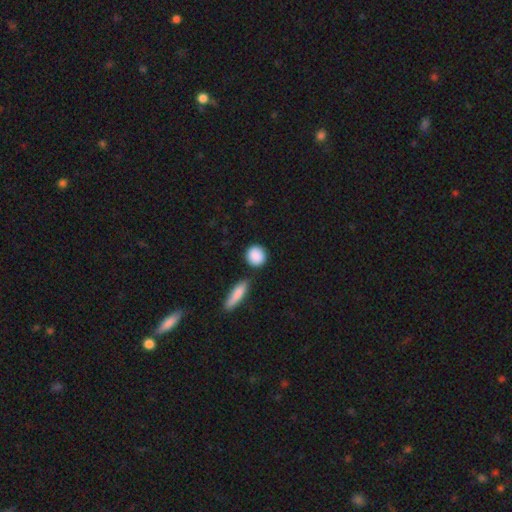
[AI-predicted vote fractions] A smooth galaxy with no disk features (89%) that is round (83%).

Vote fractions:
- Smooth or featured? smooth: 89% / star or artifact: 7% / featured or disk: 5%
- How rounded? round: 83% / in between: 14% / cigar-shaped: 3%
- Merging? none: 79% / minor disturbance: 10% / merger: 8% / major disturbance: 3%